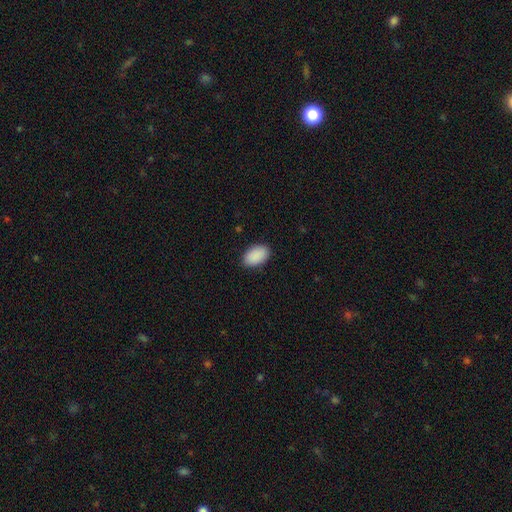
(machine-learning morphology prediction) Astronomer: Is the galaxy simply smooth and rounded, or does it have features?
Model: smooth — 91%.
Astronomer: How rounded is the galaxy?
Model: in between — 93%.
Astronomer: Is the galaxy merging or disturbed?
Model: none — 87%.